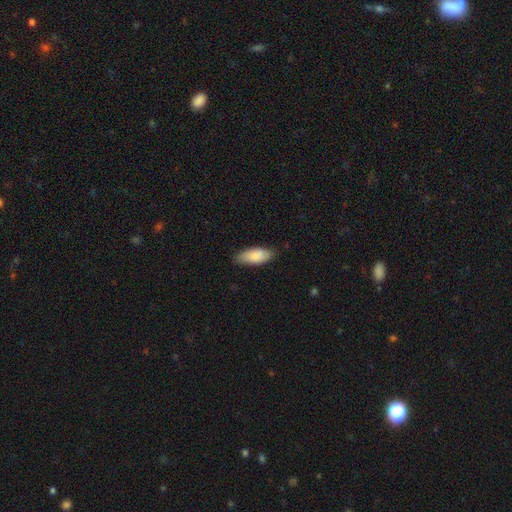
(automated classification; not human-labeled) This appears to be a smooth galaxy with no disk features (84%) that is in between round and cigar-shaped (80%). Merging: none (79%).